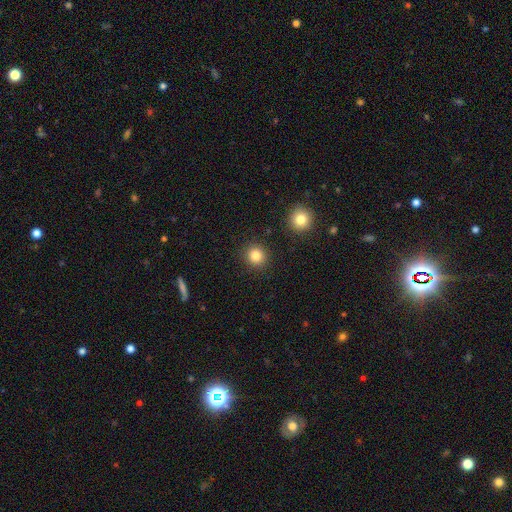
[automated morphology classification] Smooth or featured?
  - smooth: 83% *
  - star or artifact: 11%
  - featured or disk: 6%
How rounded?
  - round: 91% *
  - in between: 8%
  - cigar-shaped: 1%
Merging?
  - none: 90% *
  - minor disturbance: 6%
  - major disturbance: 2%
  - merger: 2%